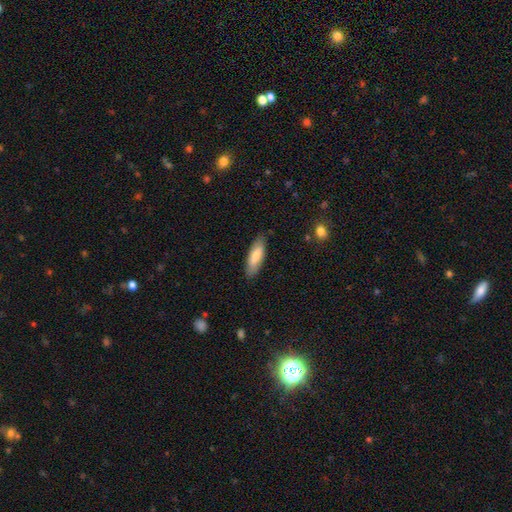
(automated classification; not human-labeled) Q: Smooth or featured?
A: smooth (73%); runner-up: featured or disk (22%)
Q: How rounded?
A: in between (54%); runner-up: cigar-shaped (45%)
Q: Merging?
A: none (85%); runner-up: minor disturbance (11%)